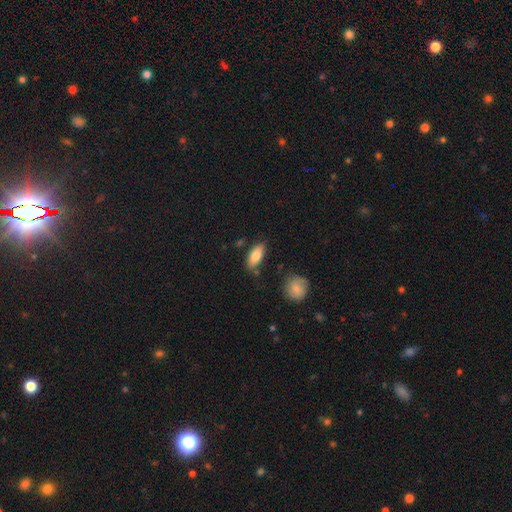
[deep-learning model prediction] Smooth or featured? smooth (81%)
How rounded? in between (84%)
Merging? none (79%)